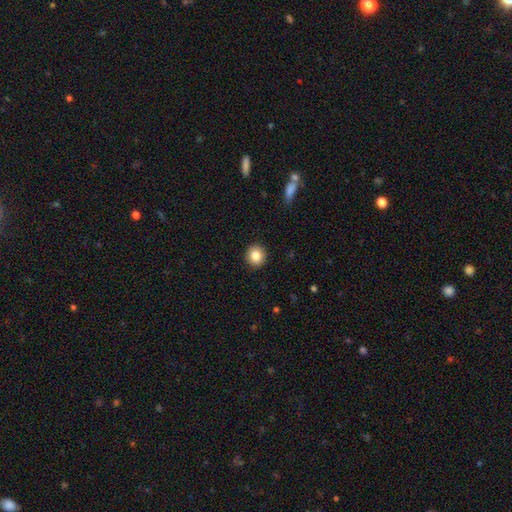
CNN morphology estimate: Smooth or featured: smooth — 85% (star or artifact — 9%)
How rounded: round — 89% (in between — 10%)
Merging: none — 92% (minor disturbance — 5%)